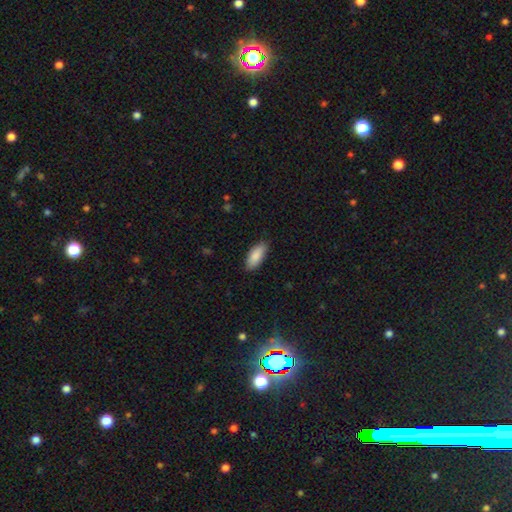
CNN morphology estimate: The model was most divided on "how rounded": in between: 83%, cigar-shaped: 16%, round: 2%. More confident: smooth or featured — smooth (88%); merging — none (84%).